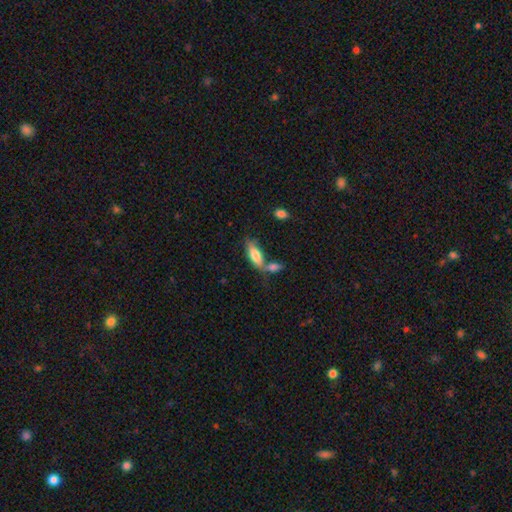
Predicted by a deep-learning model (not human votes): smooth_or_featured: smooth (p=0.75) [alt: featured or disk p=0.19]
how_rounded: in between (p=0.71) [alt: cigar-shaped p=0.27]
merging: none (p=0.43) [alt: merger p=0.38]